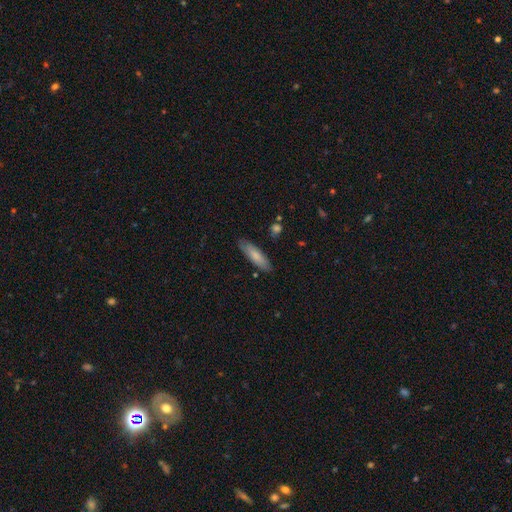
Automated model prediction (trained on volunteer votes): smooth_or_featured: smooth (p=0.78) [alt: featured or disk p=0.16]
how_rounded: cigar-shaped (p=0.61) [alt: in between p=0.38]
merging: none (p=0.85) [alt: minor disturbance p=0.11]